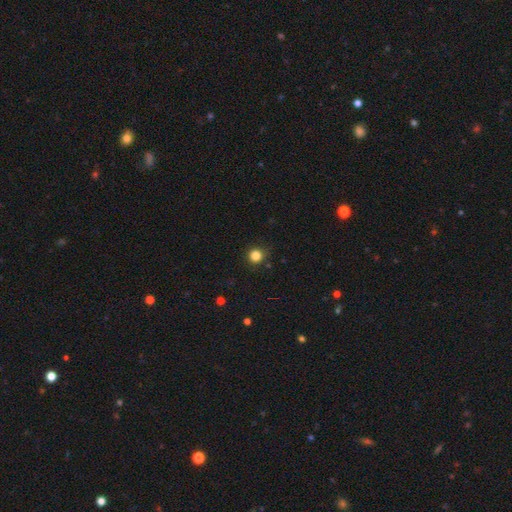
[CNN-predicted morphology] Q: Smooth or featured?
A: smooth (83%); runner-up: star or artifact (13%)
Q: How rounded?
A: round (94%); runner-up: in between (5%)
Q: Merging?
A: none (88%); runner-up: minor disturbance (8%)